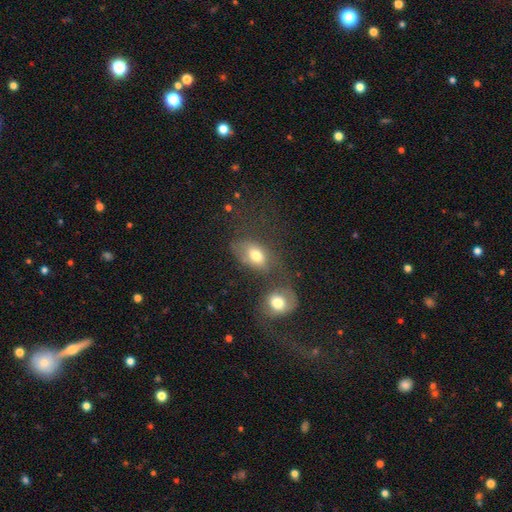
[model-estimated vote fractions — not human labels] Overall: smooth (69%). How rounded: in between (81%). Merging: merger (38%; none 33%).